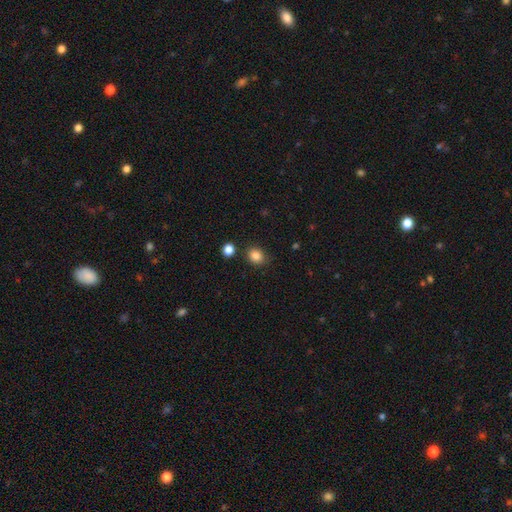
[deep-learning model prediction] Q: Smooth or featured?
A: smooth (86%); runner-up: star or artifact (10%)
Q: How rounded?
A: round (57%); runner-up: in between (42%)
Q: Merging?
A: none (81%); runner-up: minor disturbance (12%)